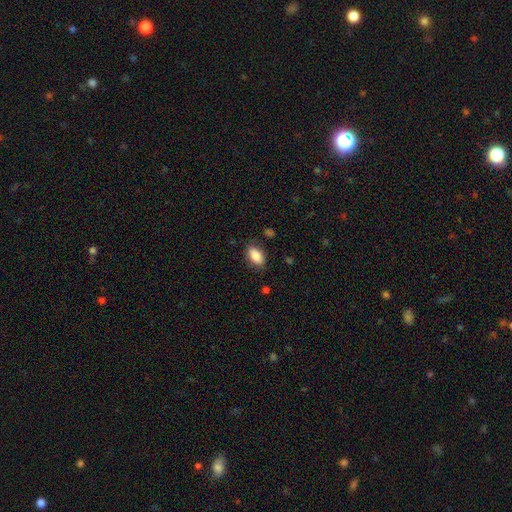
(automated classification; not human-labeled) smooth 86%, star or artifact 7%, featured or disk 6%. Down the decision tree: how rounded — in between (91%); merging — none (81%).